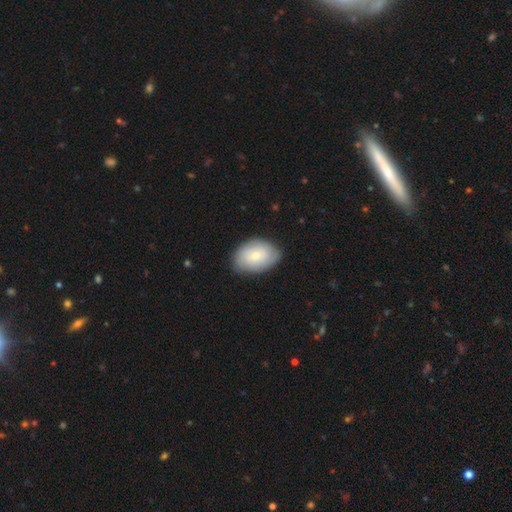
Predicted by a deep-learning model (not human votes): smooth_or_featured: smooth (p=0.57) [alt: featured or disk p=0.37]
how_rounded: in between (p=0.80) [alt: round p=0.19]
merging: none (p=0.78) [alt: minor disturbance p=0.17]